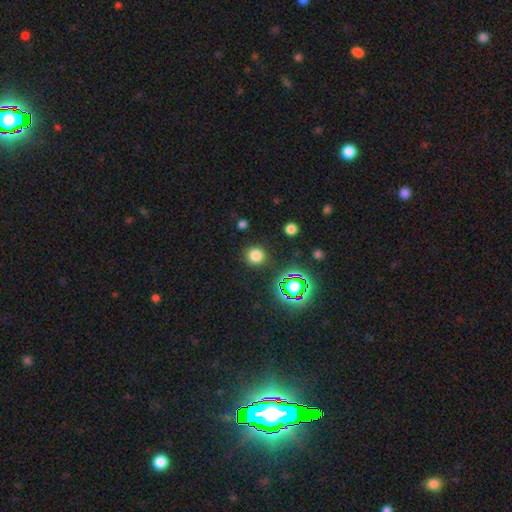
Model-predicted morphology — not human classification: smooth 75%, star or artifact 20%, featured or disk 5%. Down the decision tree: how rounded — round (91%); merging — none (88%).